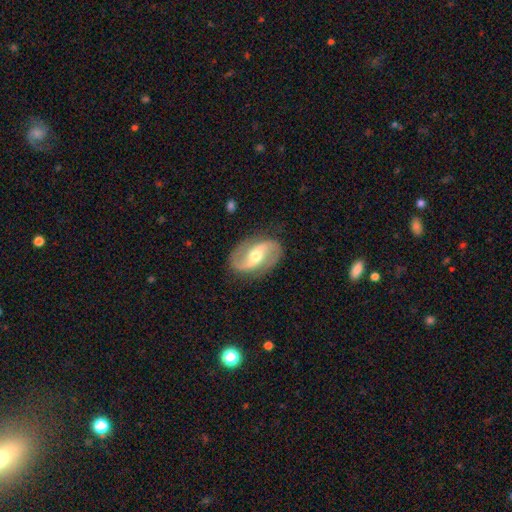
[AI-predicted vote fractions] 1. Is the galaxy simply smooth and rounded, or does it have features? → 88% featured or disk, 8% smooth, 4% star or artifact.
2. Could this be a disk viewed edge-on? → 97% no, 3% yes.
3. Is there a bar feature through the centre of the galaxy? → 39% weak, 33% no, 28% strong.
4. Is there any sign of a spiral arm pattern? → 95% yes, 5% no.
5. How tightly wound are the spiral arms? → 53% loose, 37% medium, 10% tight.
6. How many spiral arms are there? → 94% 2, 2% can't tell, 2% 1, 1% 3, 1% 4, 1% more than 4.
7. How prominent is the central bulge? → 70% moderate, 24% small, 5% large, 1% none, 1% dominant.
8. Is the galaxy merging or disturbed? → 85% none, 11% minor disturbance, 4% major disturbance, 1% merger.